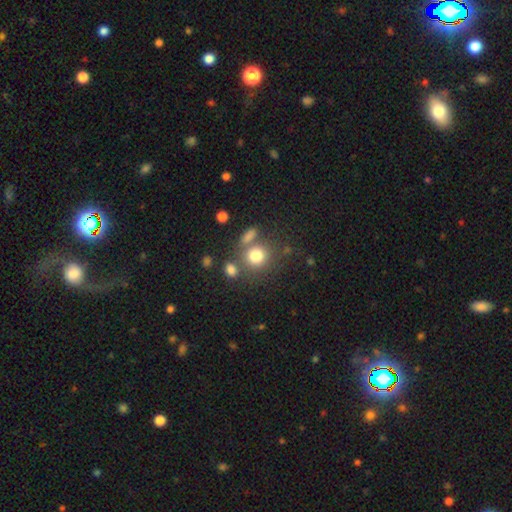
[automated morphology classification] smooth_or_featured: smooth (p=0.78) [alt: star or artifact p=0.12]
how_rounded: round (p=0.81) [alt: in between p=0.18]
merging: none (p=0.61) [alt: merger p=0.22]